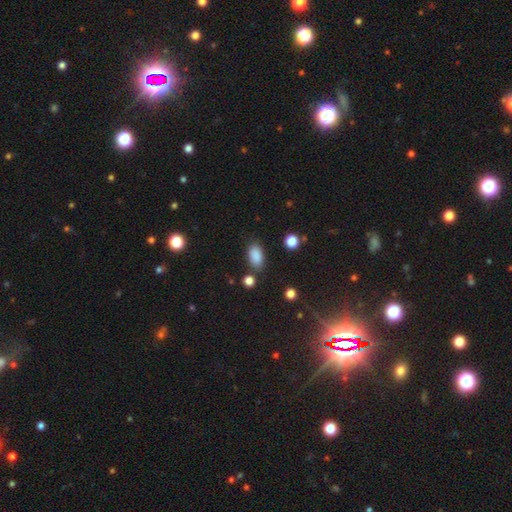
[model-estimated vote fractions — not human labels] A smooth galaxy with no disk features (87%) that is in between round and cigar-shaped (91%).

Vote fractions:
- Smooth or featured? smooth: 87% / star or artifact: 9% / featured or disk: 4%
- How rounded? in between: 91% / round: 6% / cigar-shaped: 3%
- Merging? none: 78% / minor disturbance: 14% / merger: 5% / major disturbance: 4%